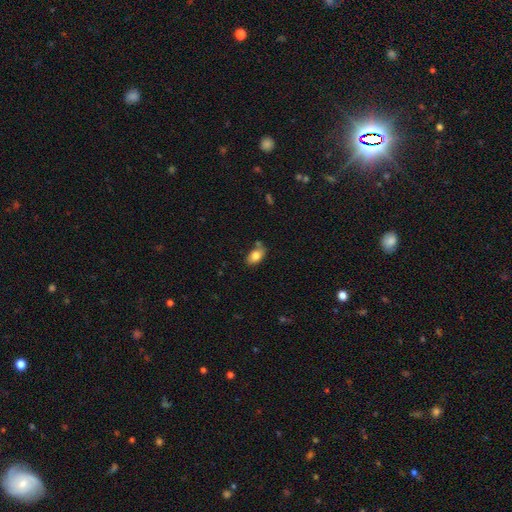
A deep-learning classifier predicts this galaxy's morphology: This appears to be a smooth galaxy with no disk features (81%) that is in between round and cigar-shaped (89%). Merging: none (66%).